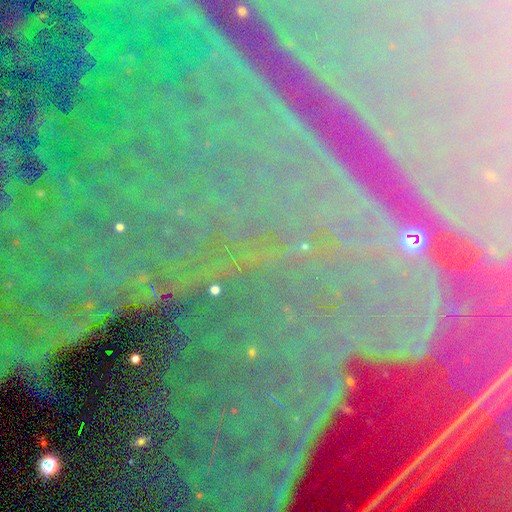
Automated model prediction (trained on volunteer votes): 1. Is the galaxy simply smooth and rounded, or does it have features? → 87% star or artifact, 7% featured or disk, 6% smooth.